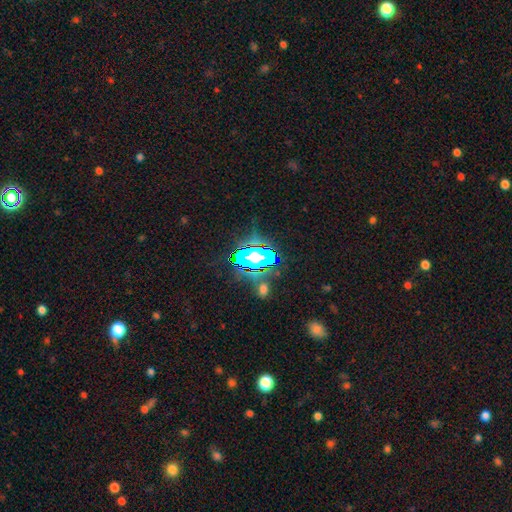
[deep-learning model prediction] The model was most divided on "smooth or featured": star or artifact: 53%, smooth: 27%, featured or disk: 20%.